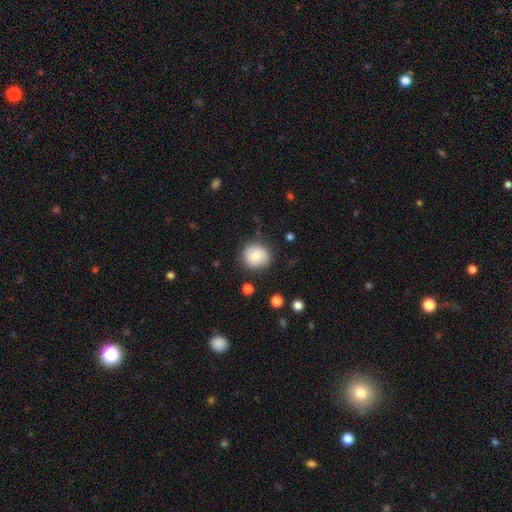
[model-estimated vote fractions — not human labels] smooth-or-featured: smooth: 79% | featured or disk: 13% | star or artifact: 8%
  how-rounded: round: 84% | in between: 15% | cigar-shaped: 1%
  merging: none: 82% | minor disturbance: 12% | major disturbance: 4% | merger: 2%